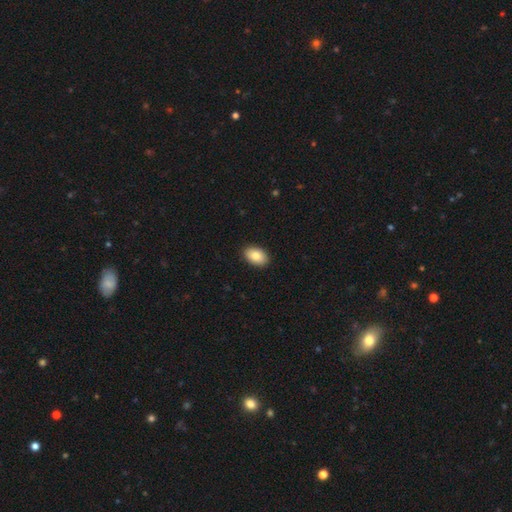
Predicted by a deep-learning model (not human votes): Smooth or featured? smooth (84%)
How rounded? in between (89%)
Merging? none (91%)